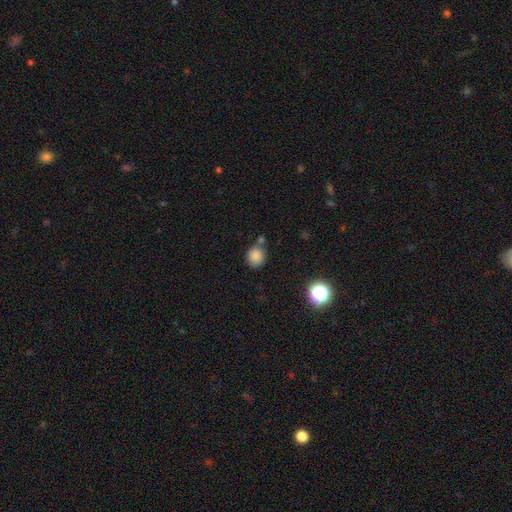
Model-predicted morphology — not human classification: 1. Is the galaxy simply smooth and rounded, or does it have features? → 83% smooth, 11% star or artifact, 5% featured or disk.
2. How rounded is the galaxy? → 77% round, 22% in between, 1% cigar-shaped.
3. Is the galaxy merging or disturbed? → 63% none, 17% minor disturbance, 16% merger, 5% major disturbance.